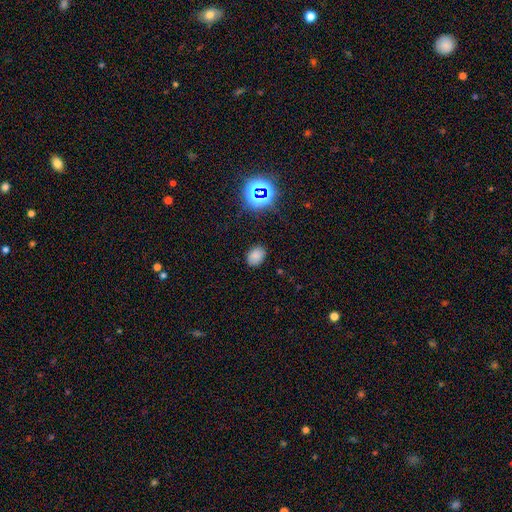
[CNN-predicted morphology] Overall: smooth (77%). How rounded: in between (73%). Merging: none (84%).